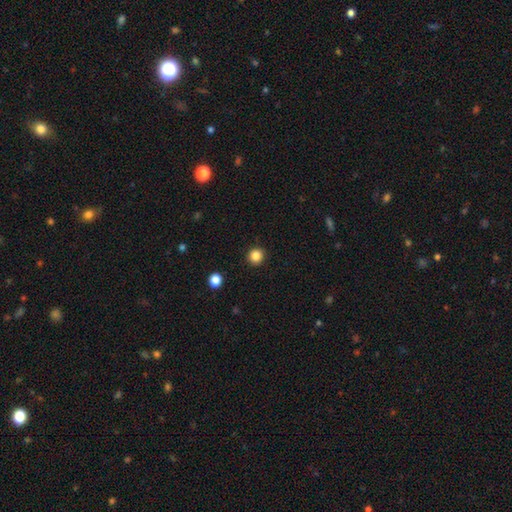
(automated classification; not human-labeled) This appears to be a smooth galaxy with no disk features (85%) that is round (92%). Merging: none (93%).